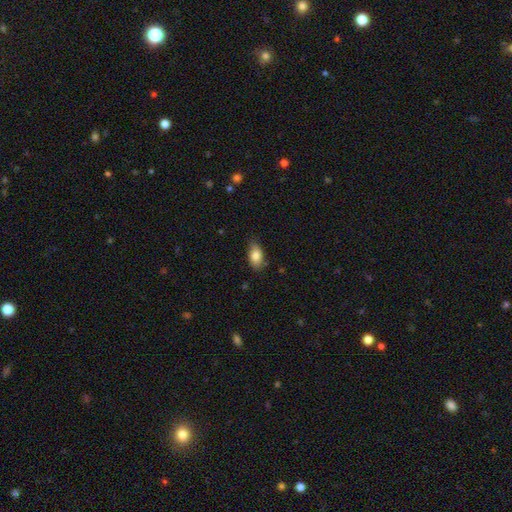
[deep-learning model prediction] Morphology: type=smooth (84%); roundness=in between (90%); merging=none (80%).